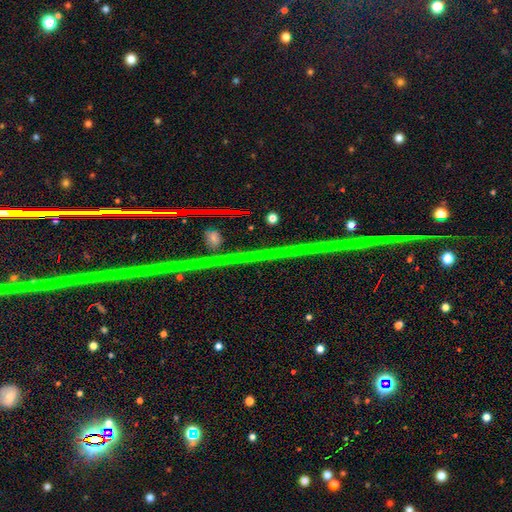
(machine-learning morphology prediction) Overall: star or artifact (87%).